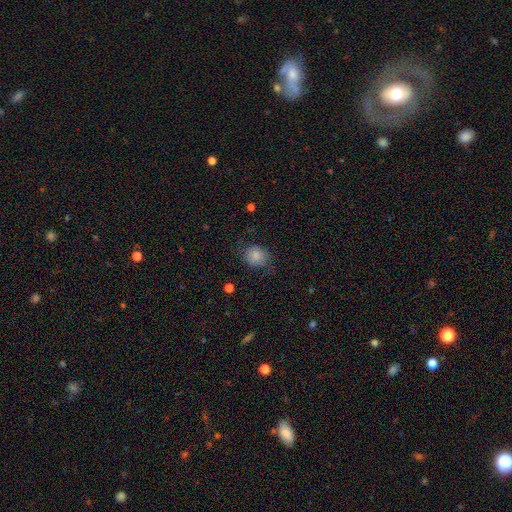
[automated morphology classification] Smooth or featured? Predicted: smooth (p=0.82). How rounded? Predicted: round (p=0.70). Merging? Predicted: none (p=0.68).